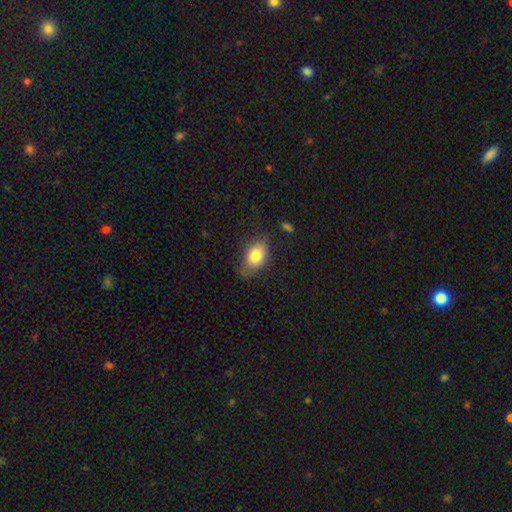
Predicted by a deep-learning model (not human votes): Smooth or featured? Predicted: smooth (p=0.80). How rounded? Predicted: in between (p=0.84). Merging? Predicted: none (p=0.65).